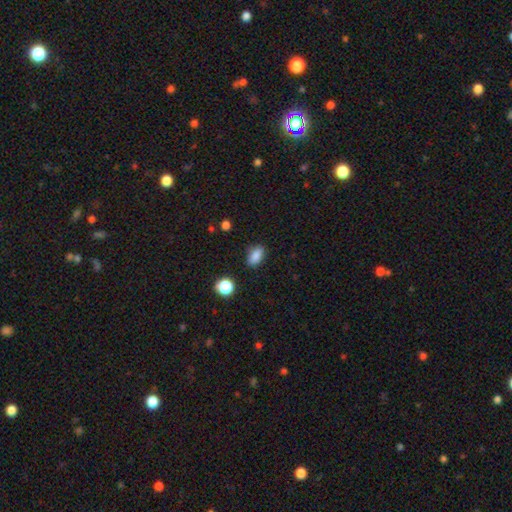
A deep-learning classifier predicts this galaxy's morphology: The model was most divided on "merging": none: 84%, minor disturbance: 11%, major disturbance: 3%, merger: 2%. More confident: how rounded — in between (86%); smooth or featured — smooth (84%).